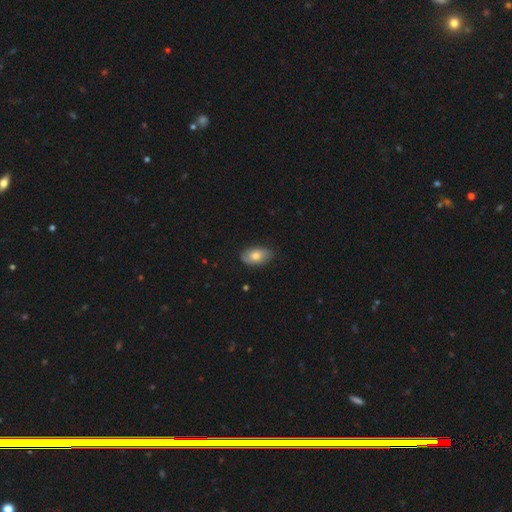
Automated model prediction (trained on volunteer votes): A smooth galaxy with no disk features (70%) that is in between round and cigar-shaped (91%). Merging: none (78%).